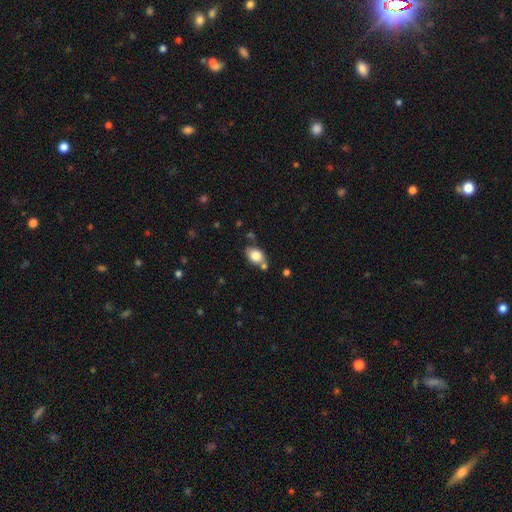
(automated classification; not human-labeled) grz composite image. It shows a smooth galaxy with no disk features (79%) that is in between round and cigar-shaped (76%). Merging: none (67%).